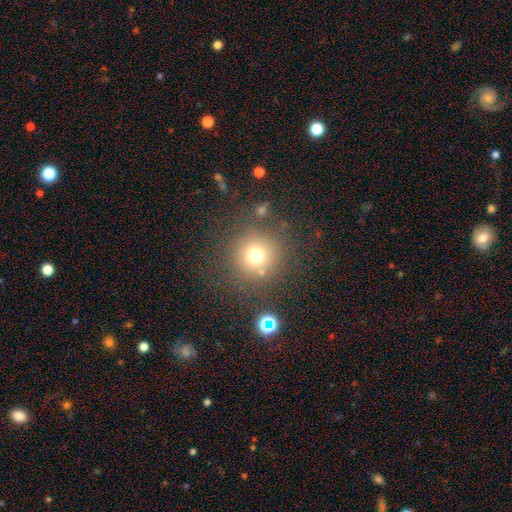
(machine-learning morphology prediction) Q: Smooth or featured?
A: smooth (72%); runner-up: star or artifact (18%)
Q: How rounded?
A: round (94%); runner-up: in between (5%)
Q: Merging?
A: none (79%); runner-up: minor disturbance (9%)